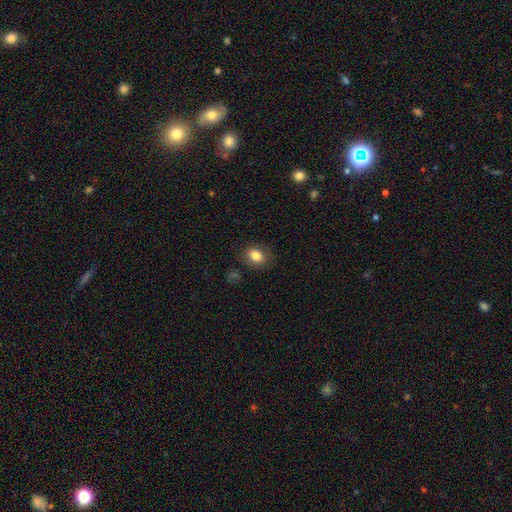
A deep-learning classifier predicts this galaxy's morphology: The model was most divided on "how rounded": in between: 63%, round: 36%, cigar-shaped: 1%. More confident: merging — none (85%); smooth or featured — smooth (83%).